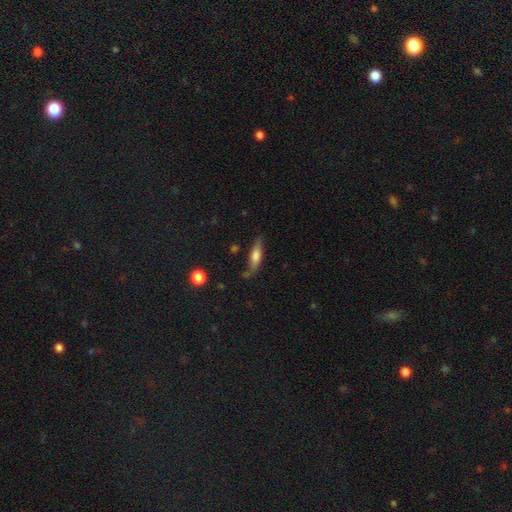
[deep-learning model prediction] Smooth or featured: smooth — 63% (featured or disk — 31%)
How rounded: cigar-shaped — 63% (in between — 34%)
Merging: none — 68% (minor disturbance — 22%)